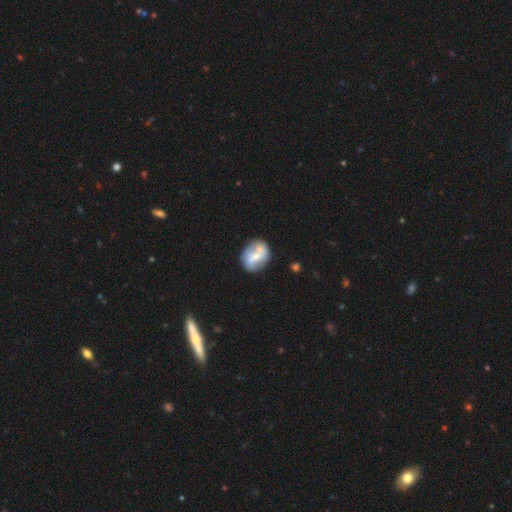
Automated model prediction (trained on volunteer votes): Smooth or featured: featured or disk — 55% (smooth — 39%)
Edge-on disk: no — 97% (yes — 3%)
Bar: weak — 38% (no — 32%)
Spiral arms: yes — 63% (no — 37%)
Bulge size: small — 43% (moderate — 34%)
Merging: none — 63% (minor disturbance — 20%)